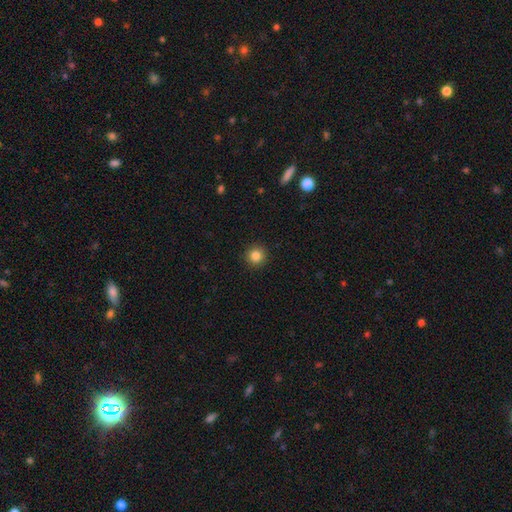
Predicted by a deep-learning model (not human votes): This appears to be a smooth galaxy with no disk features (85%) that is round (95%). Merging: none (92%).